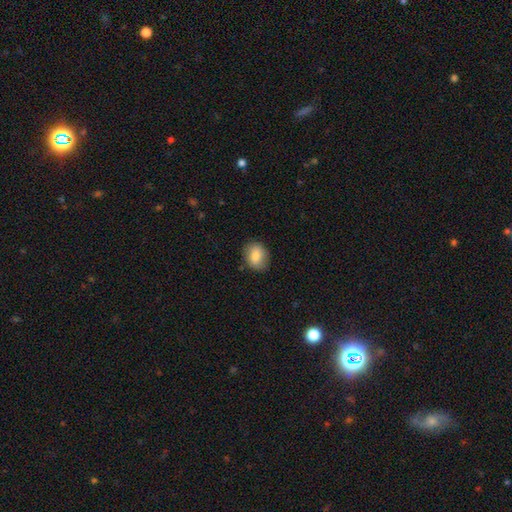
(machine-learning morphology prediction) Smooth or featured? smooth (84%)
How rounded? in between (57%)
Merging? none (83%)